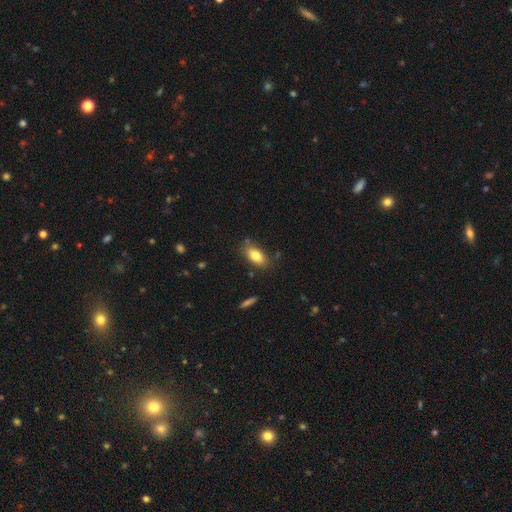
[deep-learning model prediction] Overall: smooth (81%). How rounded: in between (88%). Merging: none (78%).